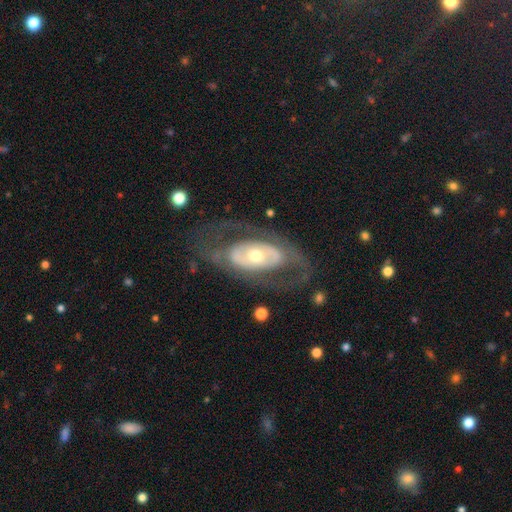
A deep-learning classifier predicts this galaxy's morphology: Smooth or featured? Predicted: featured or disk (p=0.75). Edge-on disk? Predicted: no (p=0.90). Bar? Predicted: no (p=0.70). Spiral arms? Predicted: no (p=0.57). Bulge size? Predicted: moderate (p=0.62). Merging? Predicted: none (p=0.69).